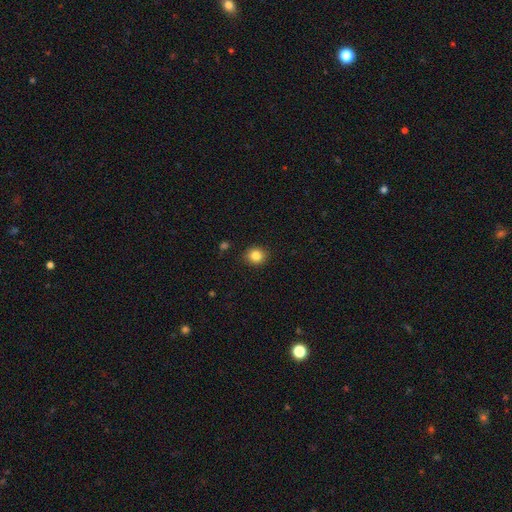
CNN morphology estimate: smooth-or-featured: smooth: 84% | star or artifact: 10% | featured or disk: 5%
  how-rounded: round: 78% | in between: 21% | cigar-shaped: 1%
  merging: none: 89% | minor disturbance: 7% | major disturbance: 2% | merger: 1%